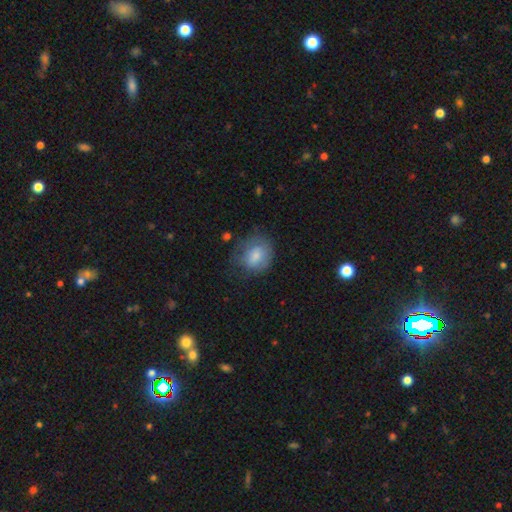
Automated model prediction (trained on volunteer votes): smooth_or_featured: smooth (p=0.71) [alt: featured or disk p=0.21]
how_rounded: round (p=0.56) [alt: in between p=0.43]
merging: none (p=0.52) [alt: minor disturbance p=0.28]